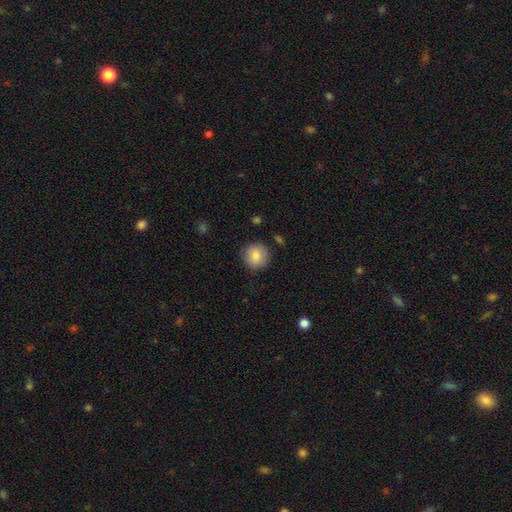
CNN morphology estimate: The model was most divided on "merging": none: 86%, minor disturbance: 10%, major disturbance: 3%, merger: 2%. More confident: how rounded — round (92%); smooth or featured — smooth (86%).